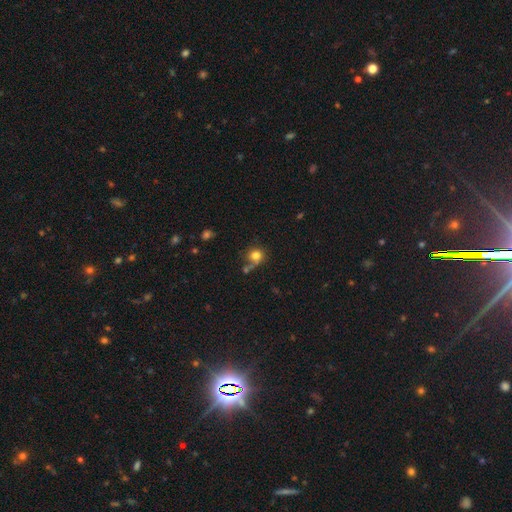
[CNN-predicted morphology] This is likely a smooth galaxy (78%). How rounded: clearly round (84%). Merging: possibly none (51%).